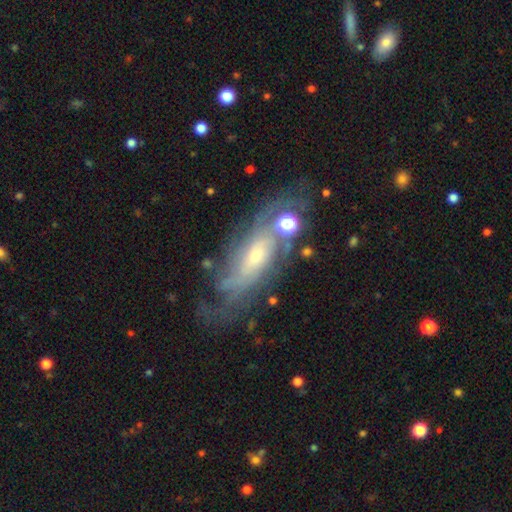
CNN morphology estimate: type=featured or disk (80%); edge-on=no (86%); bar=no (63%); spiral arms=yes (91%); winding=tight (53%); arm count=can't tell (48%); bulge=small (50%); merging=none (62%).